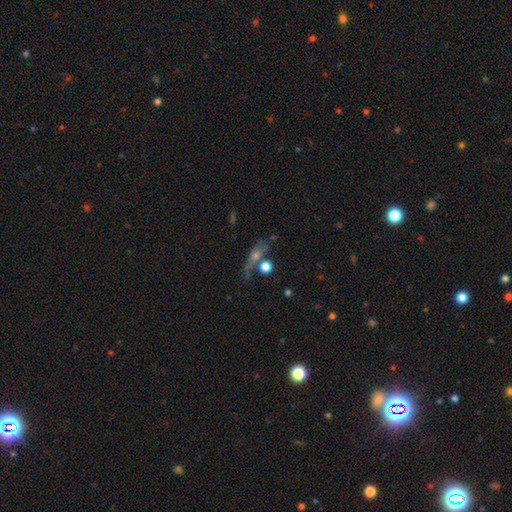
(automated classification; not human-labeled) Smooth or featured?
  - featured or disk: 44% *
  - smooth: 36%
  - star or artifact: 20%
Merging?
  - none: 51% *
  - merger: 20%
  - minor disturbance: 16%
  - major disturbance: 14%